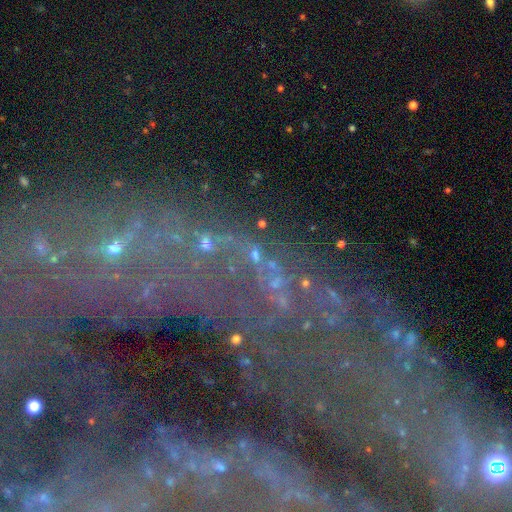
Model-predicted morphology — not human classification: Smooth or featured: star or artifact — 51% (featured or disk — 32%)